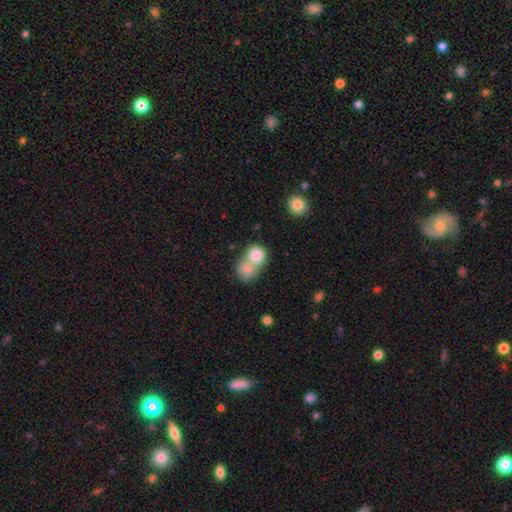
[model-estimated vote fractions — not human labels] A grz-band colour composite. It shows a smooth galaxy with no disk features (81%) that is round (76%). Merging: merger (62%).